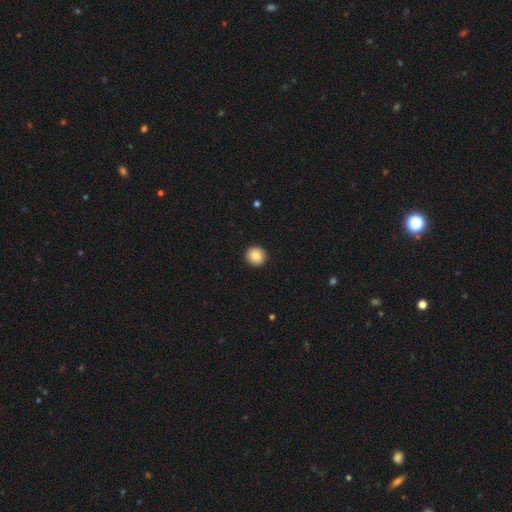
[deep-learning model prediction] Smooth or featured?
  - smooth: 87% *
  - star or artifact: 8%
  - featured or disk: 5%
How rounded?
  - round: 92% *
  - in between: 7%
  - cigar-shaped: 1%
Merging?
  - none: 92% *
  - minor disturbance: 5%
  - major disturbance: 2%
  - merger: 1%